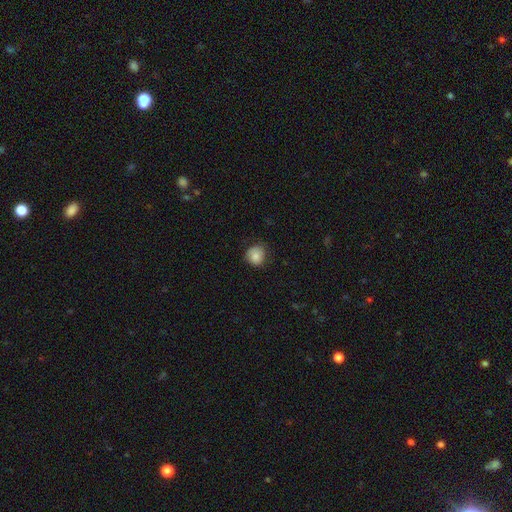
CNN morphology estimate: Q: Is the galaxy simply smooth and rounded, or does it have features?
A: smooth — 83%.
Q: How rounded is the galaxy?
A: round — 85%.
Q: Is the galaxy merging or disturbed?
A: none — 73%.